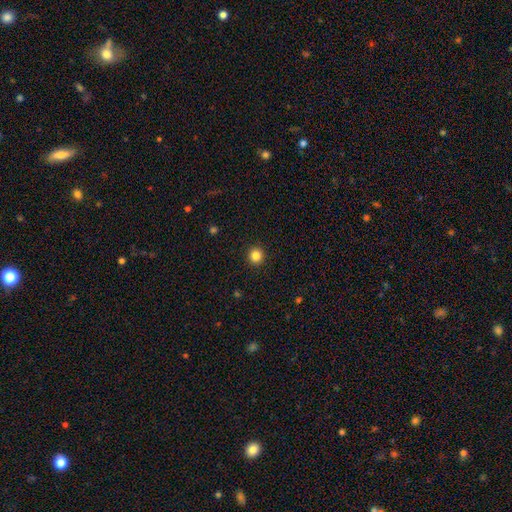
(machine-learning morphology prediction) A smooth galaxy with no disk features (84%) that is round (94%). Merging: none (93%).